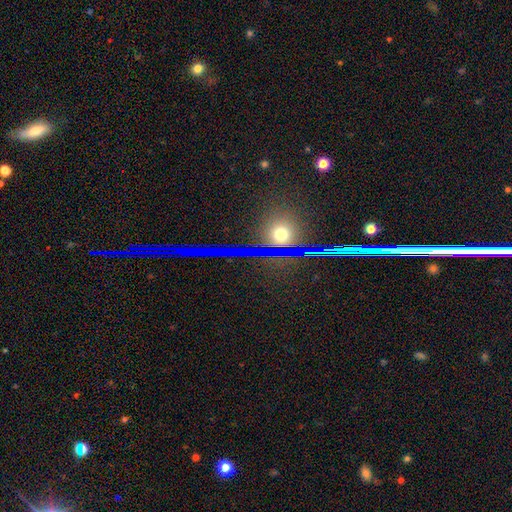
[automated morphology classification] Q: Smooth or featured?
A: star or artifact (78%); runner-up: featured or disk (11%)